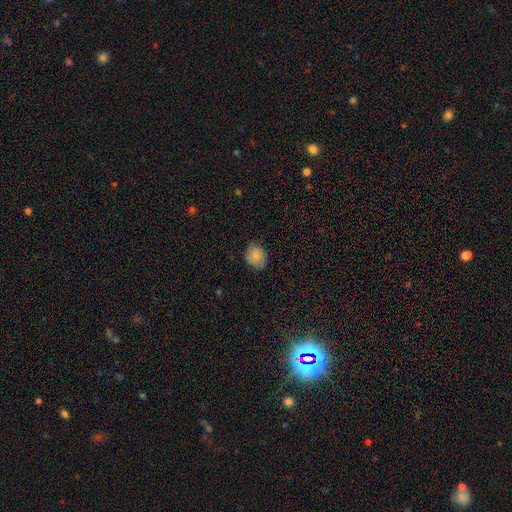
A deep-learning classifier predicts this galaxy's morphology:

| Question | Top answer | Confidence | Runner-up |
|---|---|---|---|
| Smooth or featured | smooth | 78% | featured or disk (14%) |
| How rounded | round | 63% | in between (36%) |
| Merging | none | 78% | minor disturbance (18%) |